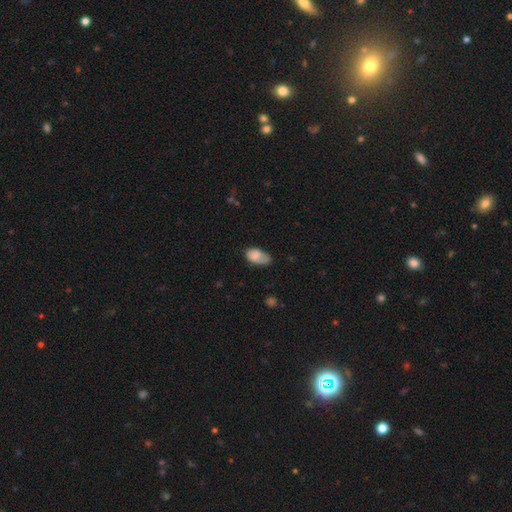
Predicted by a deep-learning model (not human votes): Overall: smooth (74%). How rounded: in between (92%). Merging: none (43%; minor disturbance 37%).